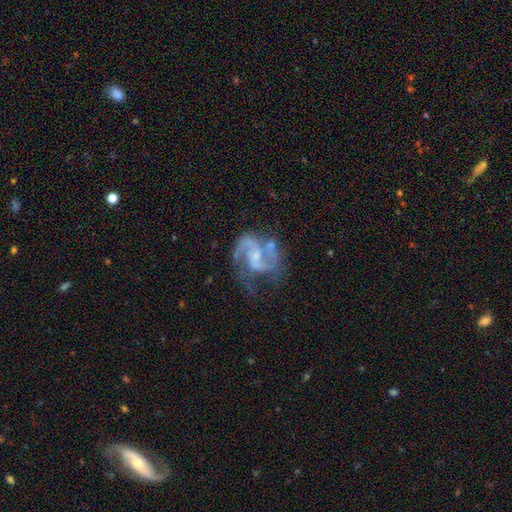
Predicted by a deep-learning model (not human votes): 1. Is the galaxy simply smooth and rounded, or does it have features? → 90% featured or disk, 5% star or artifact, 4% smooth.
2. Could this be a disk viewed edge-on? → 98% no, 2% yes.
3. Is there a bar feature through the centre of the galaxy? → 47% weak, 41% no, 13% strong.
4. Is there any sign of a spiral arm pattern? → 97% yes, 3% no.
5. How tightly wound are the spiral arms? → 60% medium, 21% loose, 19% tight.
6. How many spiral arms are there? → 85% 2, 6% 3, 4% can't tell, 3% 1, 1% 4, 1% more than 4.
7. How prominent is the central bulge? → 54% small, 30% moderate, 13% none, 2% large, 1% dominant.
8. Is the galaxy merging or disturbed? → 51% none, 23% minor disturbance, 18% major disturbance, 8% merger.